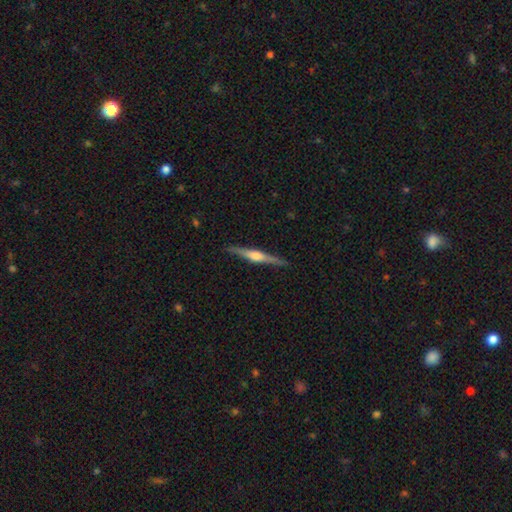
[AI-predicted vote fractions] The model was most divided on "smooth or featured": featured or disk: 75%, smooth: 20%, star or artifact: 5%. More confident: edge-on disk — yes (98%); merging — none (90%); edge-on bulge — rounded (81%).